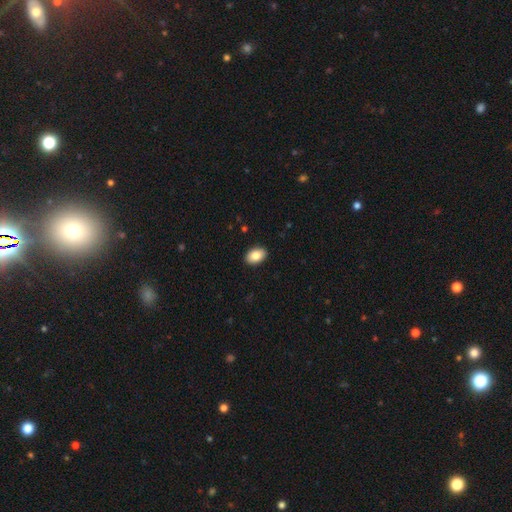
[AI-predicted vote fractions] A smooth galaxy with no disk features (84%) that is in between round and cigar-shaped (88%). Merging: none (91%).